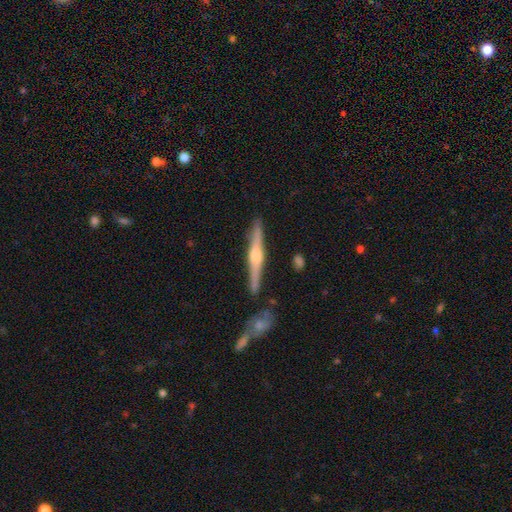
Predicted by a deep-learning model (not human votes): Overall: featured or disk (76%). Edge-on disk: yes (98%). Edge-on bulge: rounded (88%). Merging: none (87%).